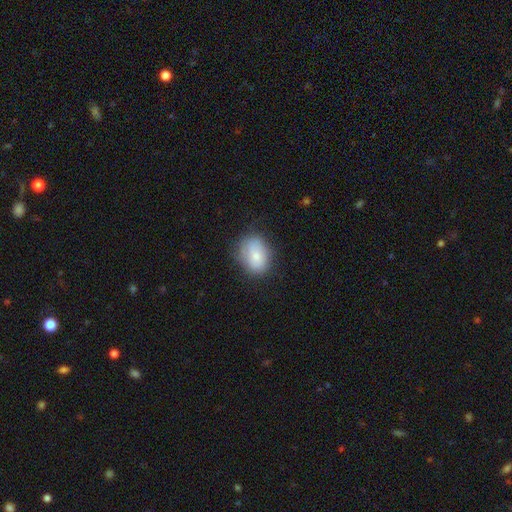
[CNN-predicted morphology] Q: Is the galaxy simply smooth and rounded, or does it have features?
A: smooth — 75%.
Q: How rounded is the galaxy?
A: in between — 66%.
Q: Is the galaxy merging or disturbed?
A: none — 66%.